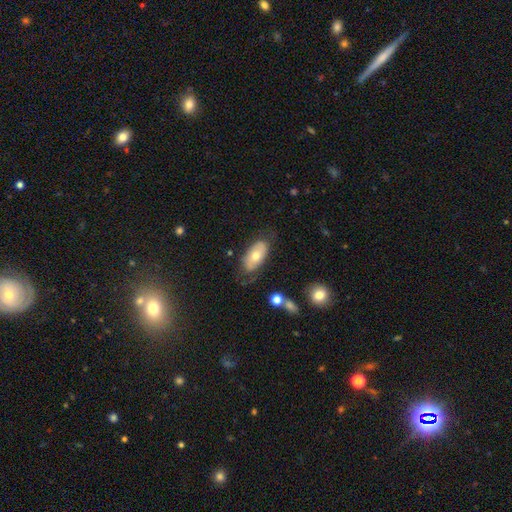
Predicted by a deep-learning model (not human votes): Overall: smooth (59%; featured or disk 35%). How rounded: in between (92%). Merging: none (64%).